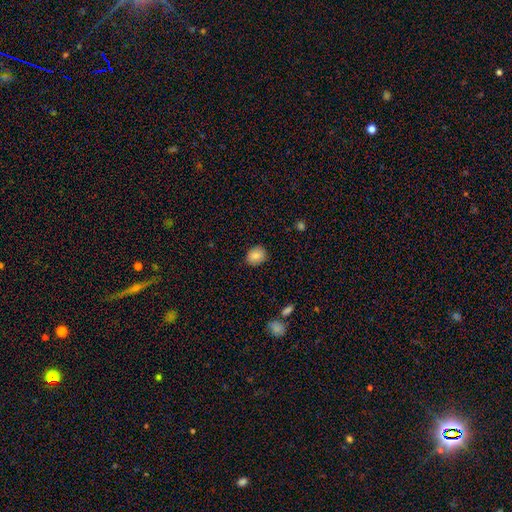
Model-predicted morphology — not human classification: This appears to be a smooth galaxy with no disk features (85%) that is round (60%). Merging: none (87%).